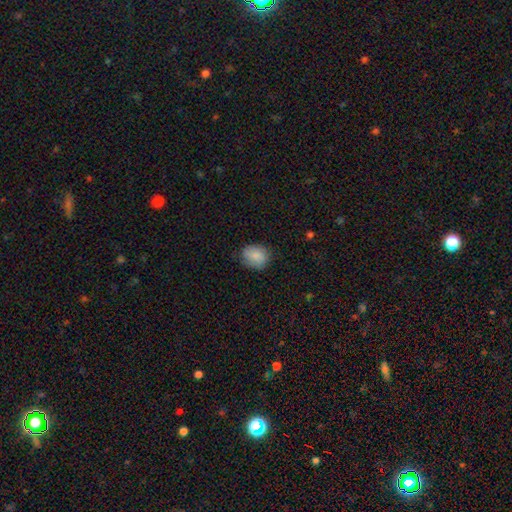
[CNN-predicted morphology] smooth 84%, featured or disk 9%, star or artifact 7%. Down the decision tree: how rounded — round (53%); merging — none (73%).